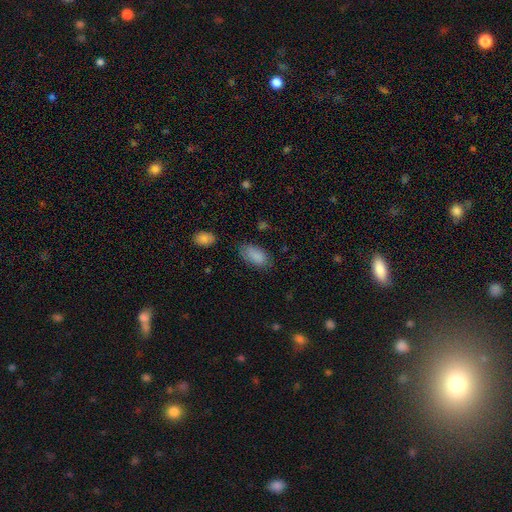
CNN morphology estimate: A smooth galaxy with no disk features (86%) that is in between round and cigar-shaped (94%).

Vote fractions:
- Smooth or featured? smooth: 86% / star or artifact: 8% / featured or disk: 6%
- How rounded? in between: 94% / round: 3% / cigar-shaped: 3%
- Merging? none: 74% / minor disturbance: 18% / major disturbance: 5% / merger: 2%